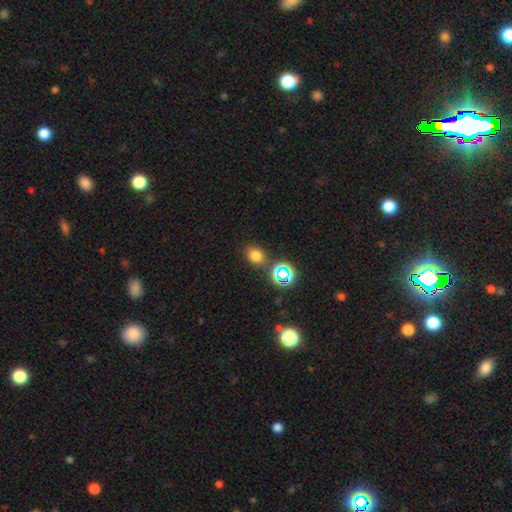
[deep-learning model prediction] smooth-or-featured: smooth: 71% | star or artifact: 23% | featured or disk: 6%
  how-rounded: round: 58% | in between: 40% | cigar-shaped: 1%
  merging: none: 80% | minor disturbance: 10% | merger: 7% | major disturbance: 3%